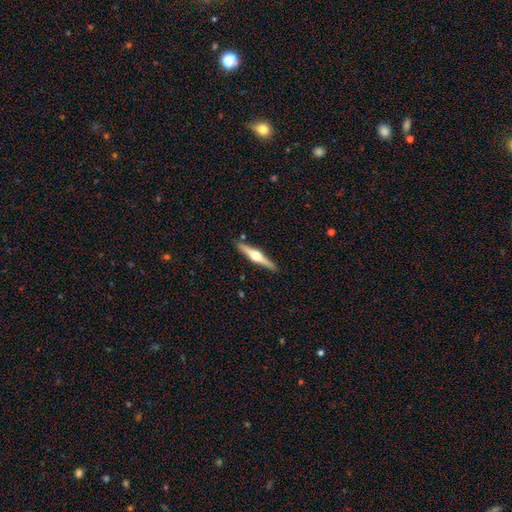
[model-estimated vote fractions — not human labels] featured or disk 74%, smooth 21%, star or artifact 5%. Down the decision tree: edge-on disk — yes (98%); edge-on bulge — rounded (95%); merging — none (90%).